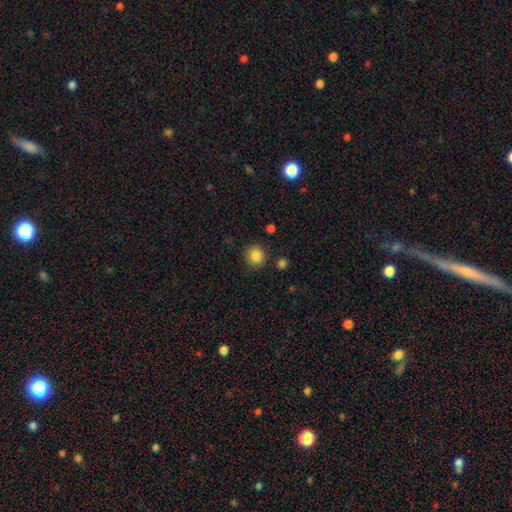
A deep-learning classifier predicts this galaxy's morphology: This is clearly a smooth galaxy (85%). How rounded: clearly round (89%). Merging: clearly none (86%).